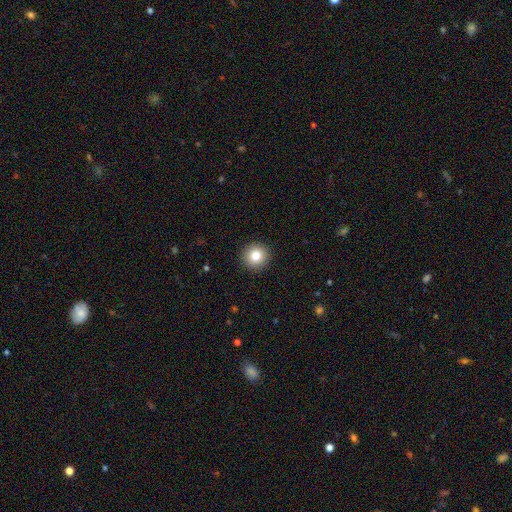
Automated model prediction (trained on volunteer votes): This is clearly a smooth galaxy (83%). How rounded: clearly round (94%). Merging: clearly none (93%).